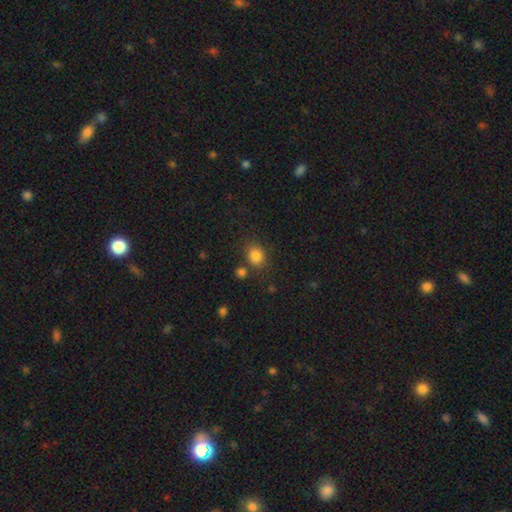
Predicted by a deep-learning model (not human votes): This appears to be a smooth galaxy with no disk features (83%) that is round (60%). Merging: none (74%).